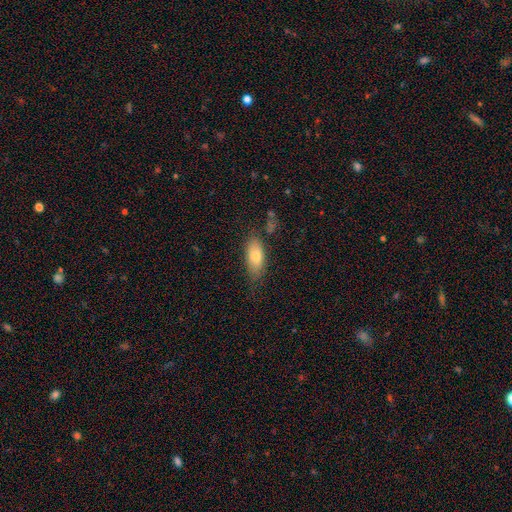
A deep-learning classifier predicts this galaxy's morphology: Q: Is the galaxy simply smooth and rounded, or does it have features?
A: smooth — 76%.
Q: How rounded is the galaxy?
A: in between — 78%.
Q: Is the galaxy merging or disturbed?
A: none — 69%.